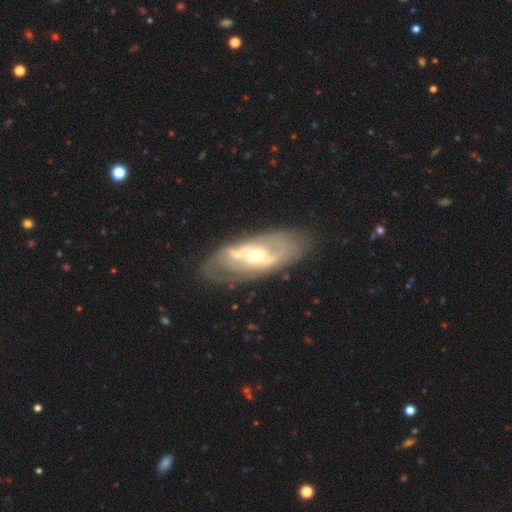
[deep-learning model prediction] Smooth or featured: featured or disk — 77% (smooth — 18%)
Edge-on disk: no — 91% (yes — 9%)
Bar: no — 52% (weak — 31%)
Spiral arms: yes — 65% (no — 35%)
Bulge size: moderate — 66% (small — 26%)
Merging: none — 63% (minor disturbance — 18%)